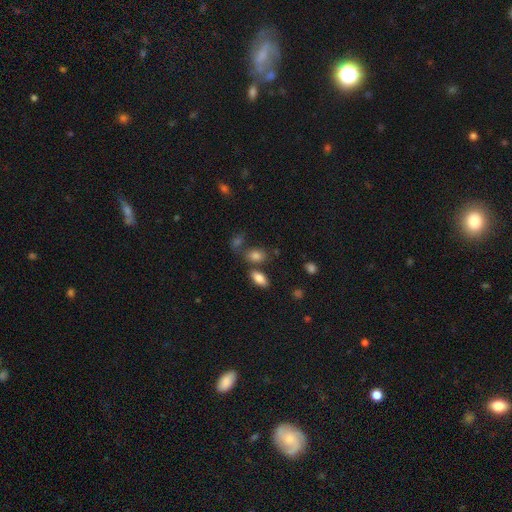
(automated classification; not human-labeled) Q: Smooth or featured?
A: smooth (82%); runner-up: star or artifact (10%)
Q: How rounded?
A: in between (84%); runner-up: round (14%)
Q: Merging?
A: none (61%); runner-up: merger (19%)